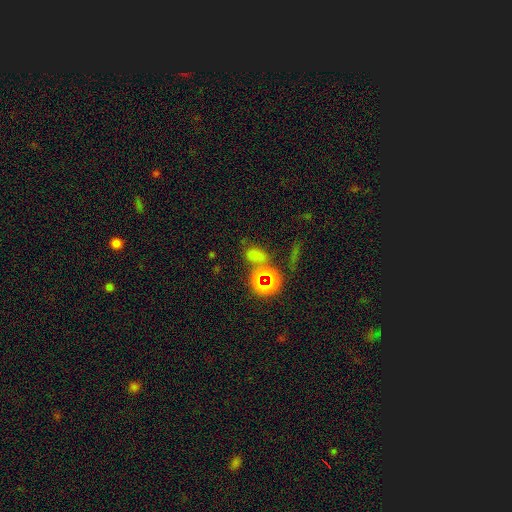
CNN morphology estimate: smooth-or-featured: smooth: 47% | star or artifact: 43% | featured or disk: 10%
  merging: none: 52% | merger: 23% | minor disturbance: 14% | major disturbance: 11%